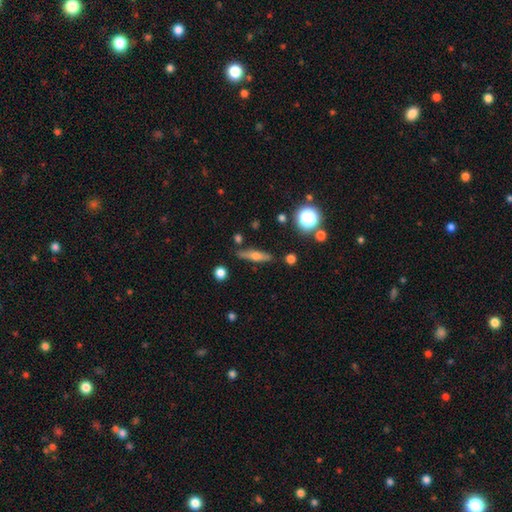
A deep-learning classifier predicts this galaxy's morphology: Smooth or featured? featured or disk (46%)
Merging? none (82%)